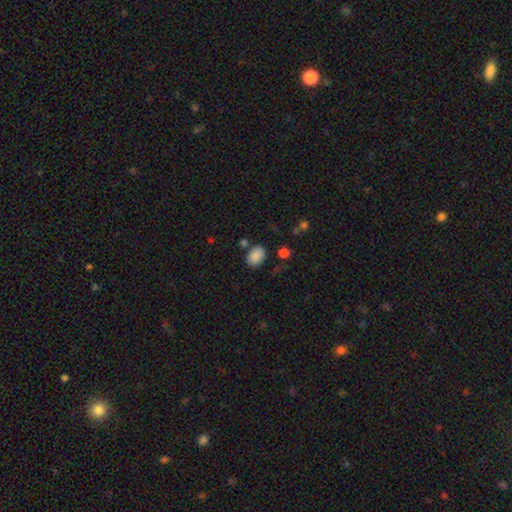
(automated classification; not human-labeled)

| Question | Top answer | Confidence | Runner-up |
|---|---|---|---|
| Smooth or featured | smooth | 87% | star or artifact (9%) |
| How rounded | in between | 79% | round (20%) |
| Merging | none | 75% | minor disturbance (14%) |